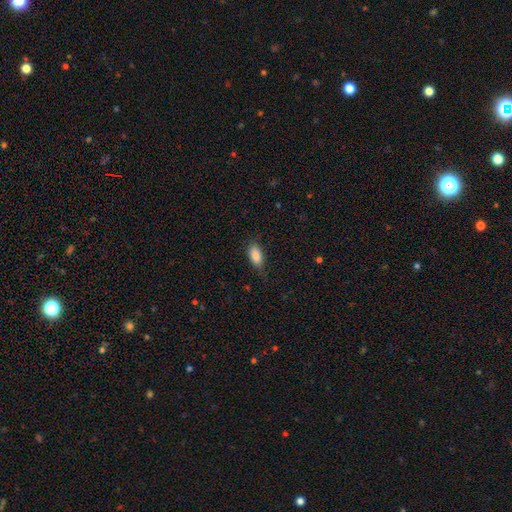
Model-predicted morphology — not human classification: Smooth or featured? Predicted: smooth (p=0.86). How rounded? Predicted: in between (p=0.89). Merging? Predicted: none (p=0.76).